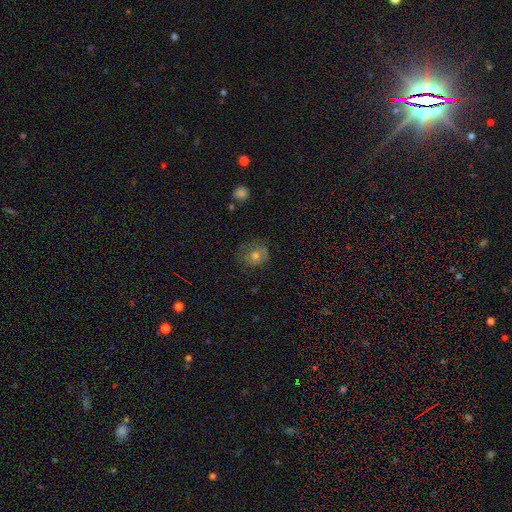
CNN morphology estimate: Smooth or featured? Predicted: smooth (p=0.55). How rounded? Predicted: round (p=0.76). Merging? Predicted: none (p=0.65).